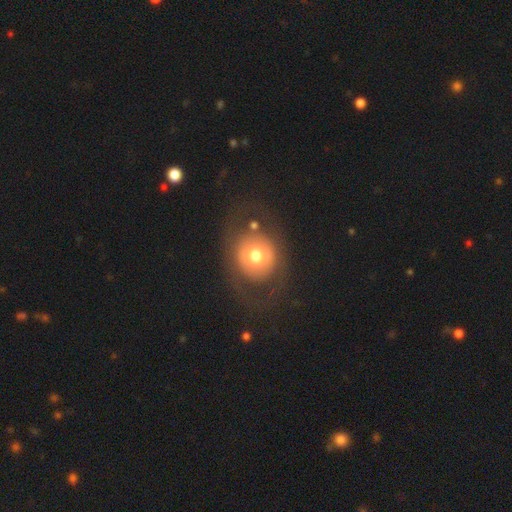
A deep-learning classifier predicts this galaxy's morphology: The model was most divided on "smooth or featured": smooth: 54%, featured or disk: 37%, star or artifact: 9%. More confident: how rounded — round (77%); merging — none (70%).